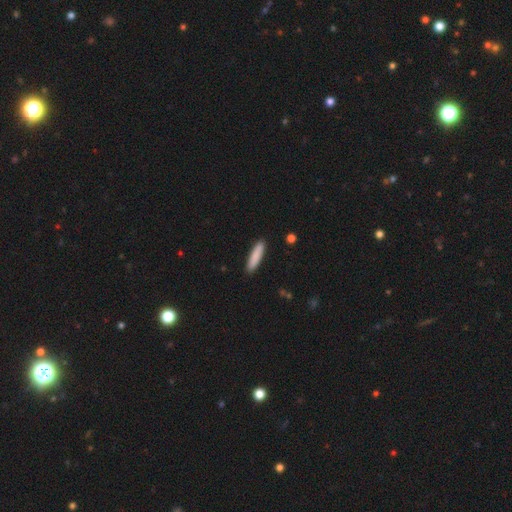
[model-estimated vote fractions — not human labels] Smooth or featured? Predicted: smooth (p=0.87). How rounded? Predicted: cigar-shaped (p=0.82). Merging? Predicted: none (p=0.90).